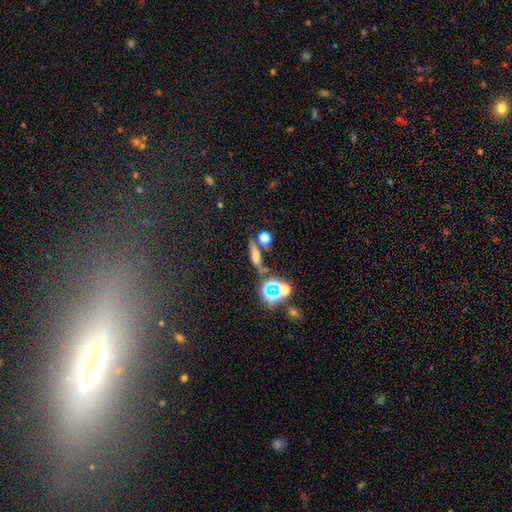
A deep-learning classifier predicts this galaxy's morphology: Smooth or featured? Predicted: smooth (p=0.53). How rounded? Predicted: cigar-shaped (p=0.58). Merging? Predicted: none (p=0.56).